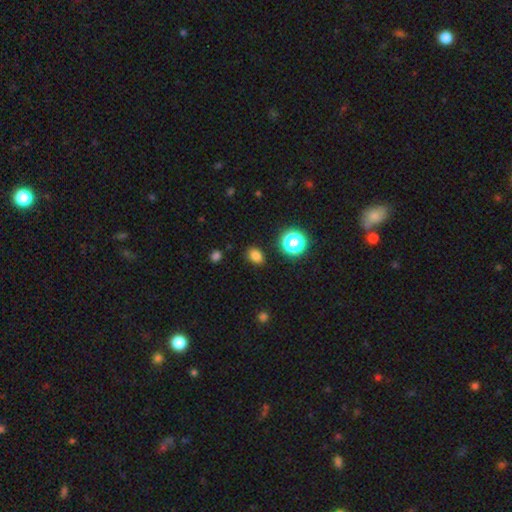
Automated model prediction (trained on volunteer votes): smooth_or_featured: smooth (p=0.79) [alt: star or artifact p=0.16]
how_rounded: in between (p=0.67) [alt: round p=0.32]
merging: none (p=0.85) [alt: minor disturbance p=0.10]